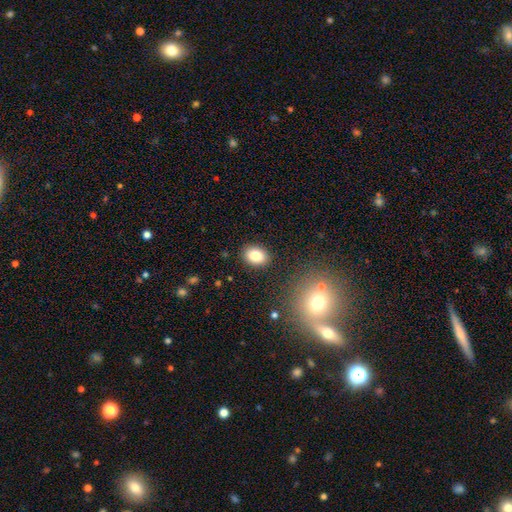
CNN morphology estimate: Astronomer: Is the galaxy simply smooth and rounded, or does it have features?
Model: smooth — 82%.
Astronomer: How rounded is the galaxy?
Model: in between — 65%.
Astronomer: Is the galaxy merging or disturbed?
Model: none — 88%.